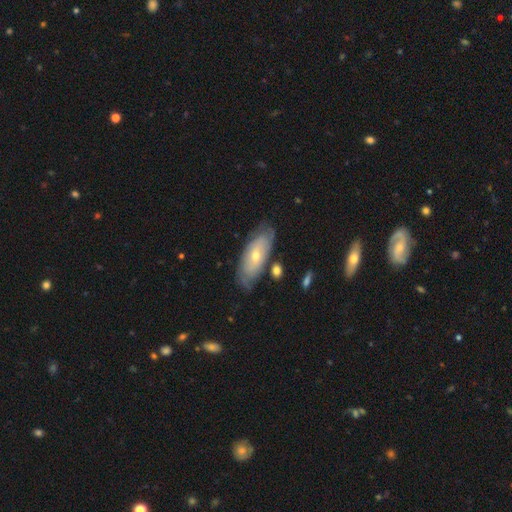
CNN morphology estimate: A featured or disk galaxy (53%). Merging: none (74%).